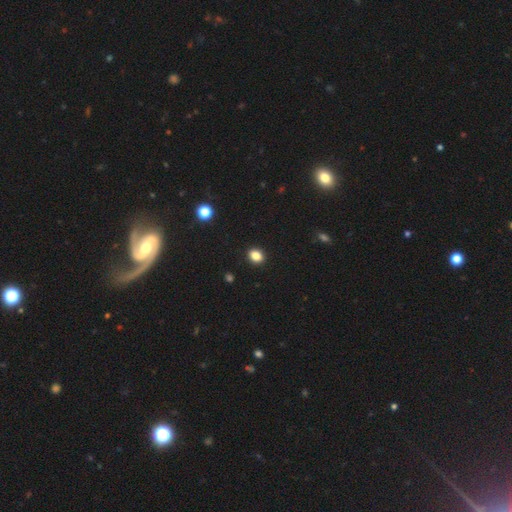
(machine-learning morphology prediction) This appears to be a smooth galaxy with no disk features (85%) that is round (53%). Merging: none (92%).